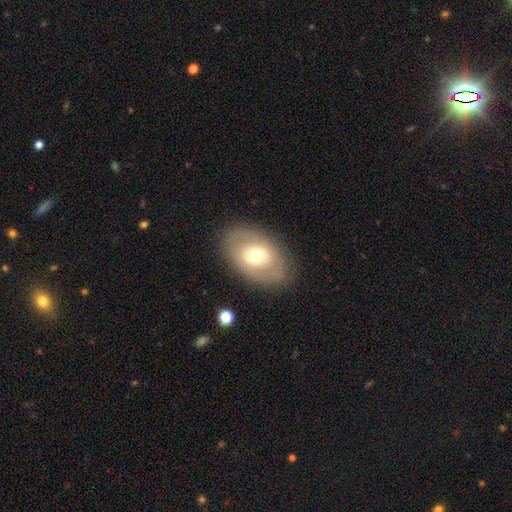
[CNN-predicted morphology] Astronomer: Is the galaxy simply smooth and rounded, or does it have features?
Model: smooth — 50% (runner-up: featured or disk, 43%).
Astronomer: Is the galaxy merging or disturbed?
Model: none — 82%.